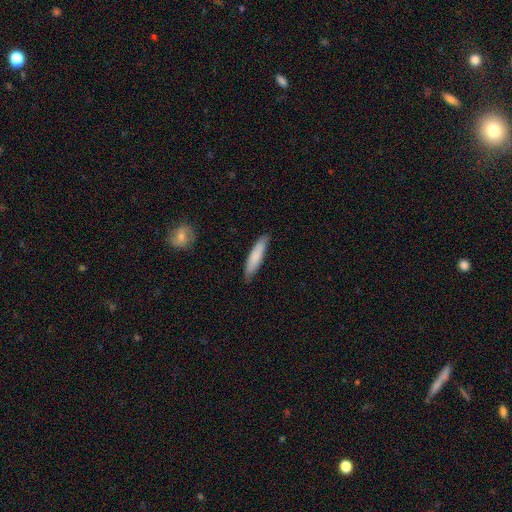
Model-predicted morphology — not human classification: This is likely a smooth galaxy (80%). How rounded: clearly cigar-shaped (84%). Merging: clearly none (84%).